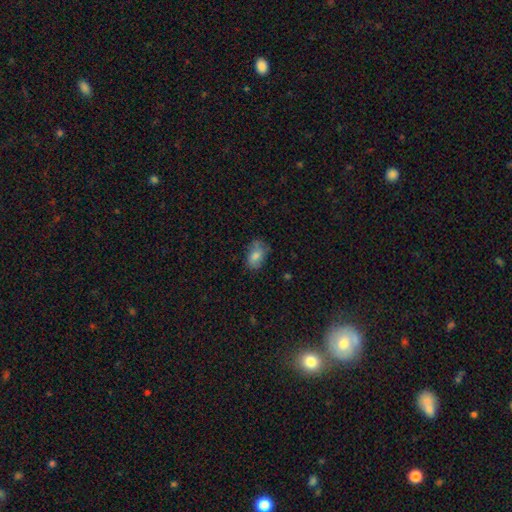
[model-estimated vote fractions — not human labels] smooth_or_featured: smooth (p=0.76) [alt: featured or disk p=0.16]
how_rounded: in between (p=0.87) [alt: round p=0.11]
merging: none (p=0.63) [alt: minor disturbance p=0.27]